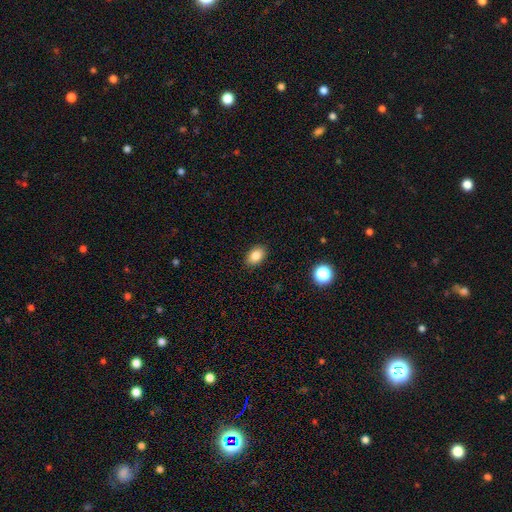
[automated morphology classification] Overall: smooth (84%). How rounded: in between (82%). Merging: none (89%).